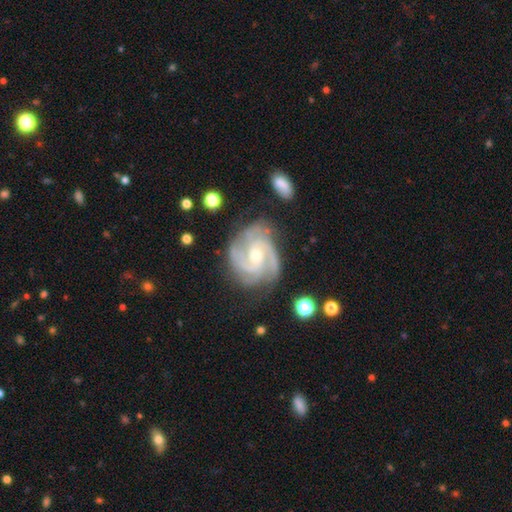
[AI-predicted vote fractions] Morphology: type=featured or disk (91%); edge-on=no (98%); bar=no (50%); spiral arms=yes (98%); winding=tight (55%); arm count=3 (43%); bulge=moderate (56%); merging=none (73%).